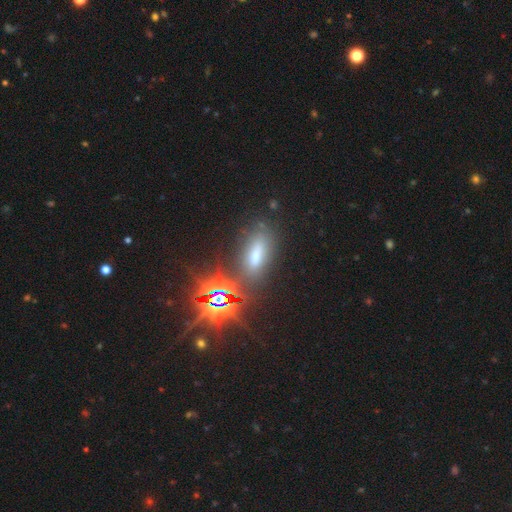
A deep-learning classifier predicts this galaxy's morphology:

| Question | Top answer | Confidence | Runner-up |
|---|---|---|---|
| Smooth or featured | star or artifact | 41% | tied: smooth (41%) |